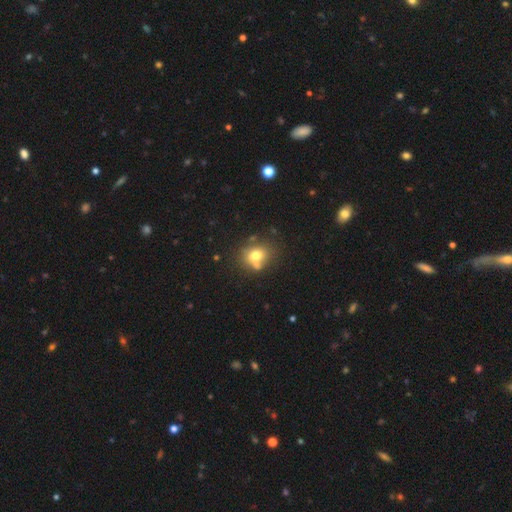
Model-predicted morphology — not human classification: Q: Smooth or featured?
A: smooth (71%); runner-up: featured or disk (17%)
Q: How rounded?
A: round (60%); runner-up: in between (39%)
Q: Merging?
A: none (57%); runner-up: merger (24%)